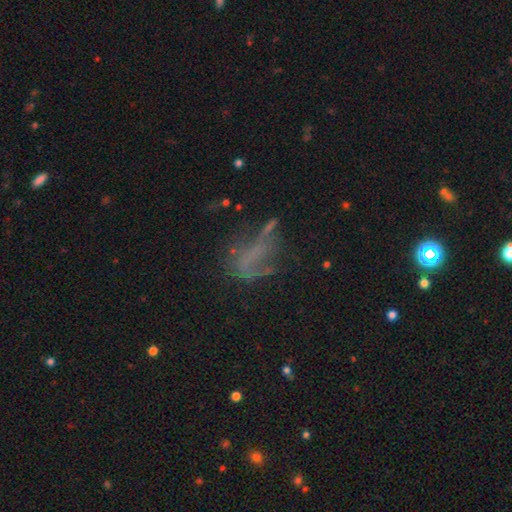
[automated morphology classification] A featured or disk galaxy (43%). Merging: none (41%).